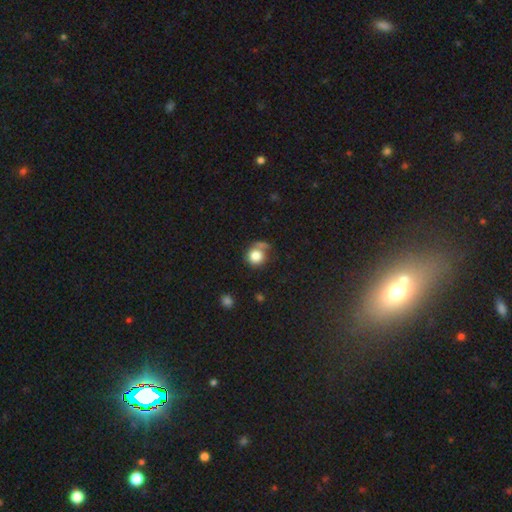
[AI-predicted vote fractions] smooth-or-featured: smooth: 81% | star or artifact: 10% | featured or disk: 9%
  how-rounded: round: 88% | in between: 11% | cigar-shaped: 1%
  merging: none: 56% | minor disturbance: 18% | merger: 15% | major disturbance: 11%